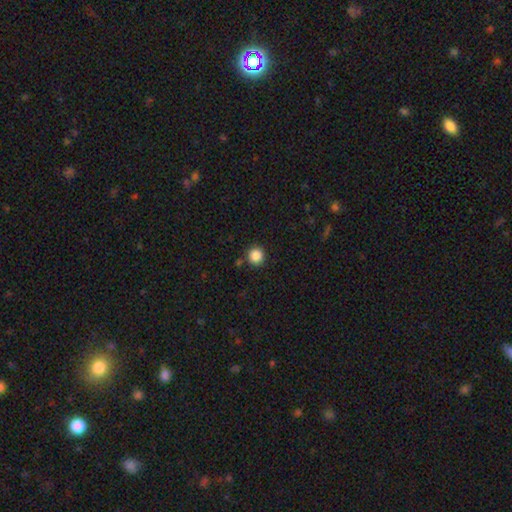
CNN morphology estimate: A smooth galaxy with no disk features (87%) that is round (95%).

Vote fractions:
- Smooth or featured? smooth: 87% / star or artifact: 10% / featured or disk: 3%
- How rounded? round: 95% / in between: 4% / cigar-shaped: 1%
- Merging? none: 88% / minor disturbance: 6% / merger: 3% / major disturbance: 2%